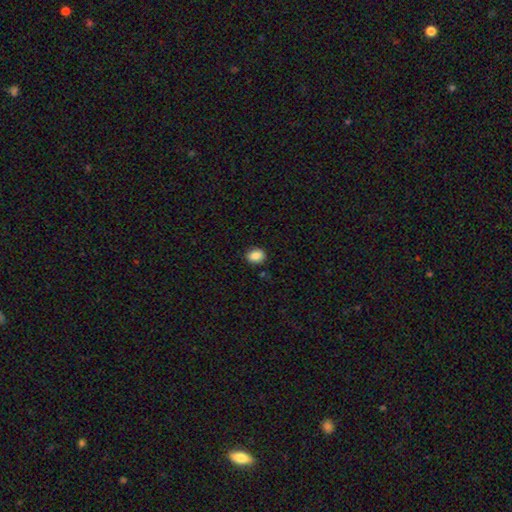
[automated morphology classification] A smooth galaxy with no disk features (87%) that is in between round and cigar-shaped (52%).

Vote fractions:
- Smooth or featured? smooth: 87% / star or artifact: 9% / featured or disk: 4%
- How rounded? in between: 52% / round: 47% / cigar-shaped: 1%
- Merging? none: 86% / minor disturbance: 10% / major disturbance: 2% / merger: 2%